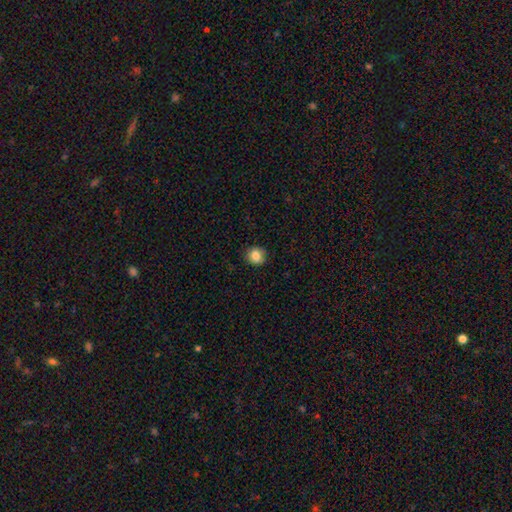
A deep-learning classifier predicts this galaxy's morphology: smooth 85%, star or artifact 10%, featured or disk 5%. Down the decision tree: how rounded — round (84%); merging — none (89%).